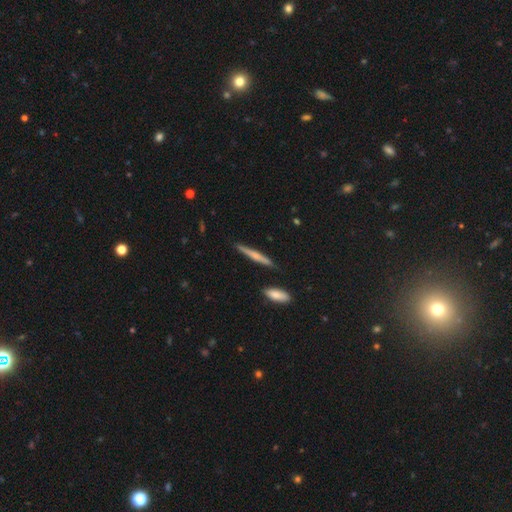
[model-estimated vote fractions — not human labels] smooth-or-featured: smooth: 51% | featured or disk: 43% | star or artifact: 6%
  how-rounded: cigar-shaped: 94% | in between: 4% | round: 2%
  merging: none: 85% | minor disturbance: 10% | merger: 3% | major disturbance: 2%